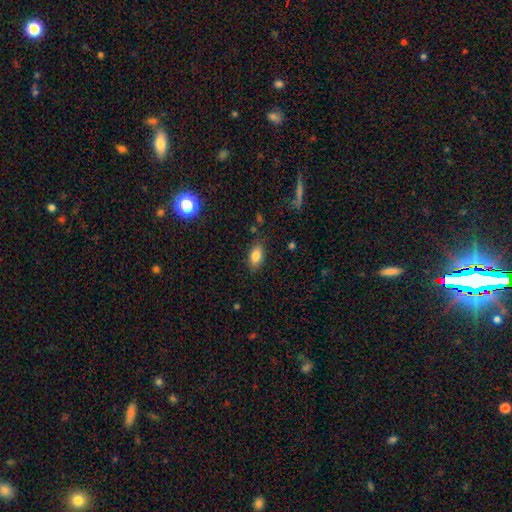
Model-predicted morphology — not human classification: Smooth or featured: smooth — 83% (star or artifact — 9%)
How rounded: in between — 88% (round — 6%)
Merging: none — 83% (minor disturbance — 12%)